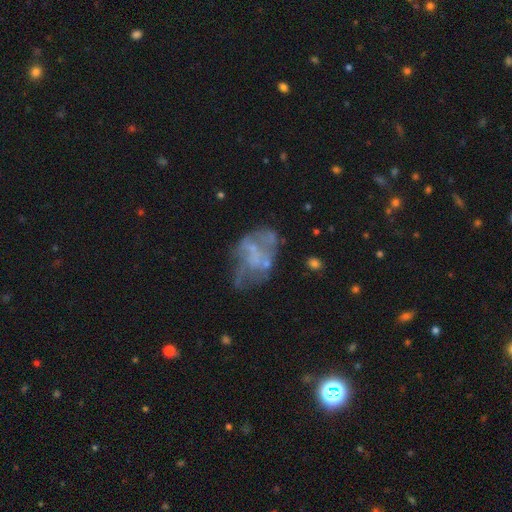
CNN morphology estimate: smooth_or_featured: featured or disk (p=0.66) [alt: smooth p=0.22]
disk_edge_on: no (p=0.98) [alt: yes p=0.02]
bar: no (p=0.82) [alt: weak p=0.15]
has_spiral_arms: no (p=0.69) [alt: yes p=0.31]
bulge_size: none (p=0.61) [alt: small p=0.26]
merging: none (p=0.34) [tied with: major disturbance p=0.34]